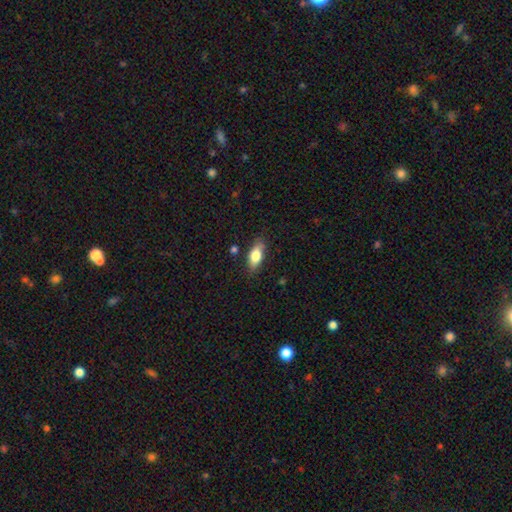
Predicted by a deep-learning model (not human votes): A smooth galaxy with no disk features (78%) that is in between round and cigar-shaped (82%). Merging: none (77%).